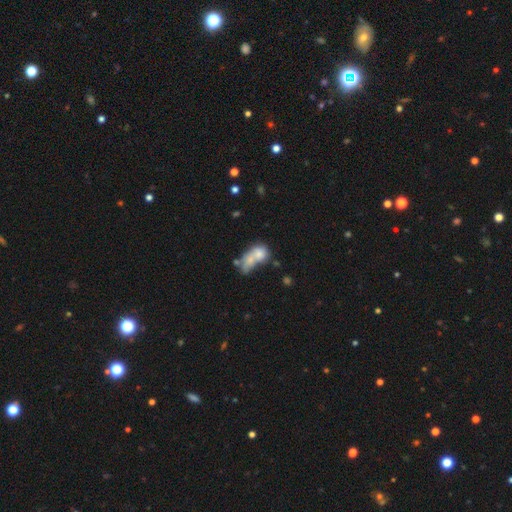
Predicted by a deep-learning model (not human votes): Smooth or featured: smooth — 65% (featured or disk — 25%)
How rounded: in between — 69% (round — 25%)
Merging: merger — 59% (none — 18%)